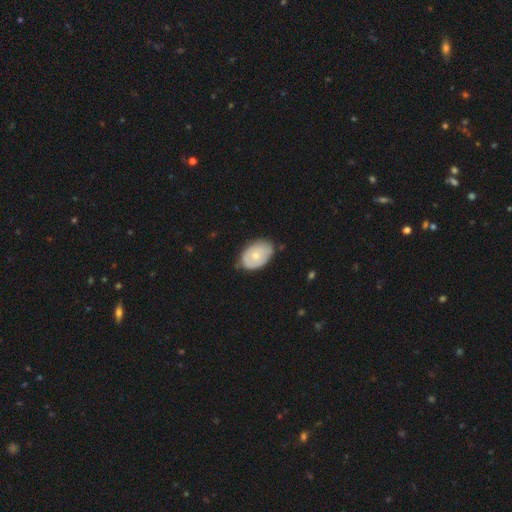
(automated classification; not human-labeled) This is possibly a smooth galaxy (59%). How rounded: clearly in between (84%). Merging: likely none (66%).